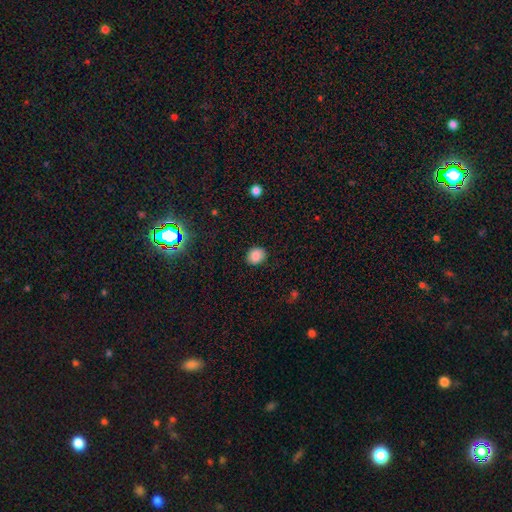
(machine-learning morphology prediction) A smooth galaxy with no disk features (86%) that is round (70%).

Vote fractions:
- Smooth or featured? smooth: 86% / star or artifact: 10% / featured or disk: 4%
- How rounded? round: 70% / in between: 29% / cigar-shaped: 1%
- Merging? none: 86% / minor disturbance: 10% / major disturbance: 3% / merger: 1%